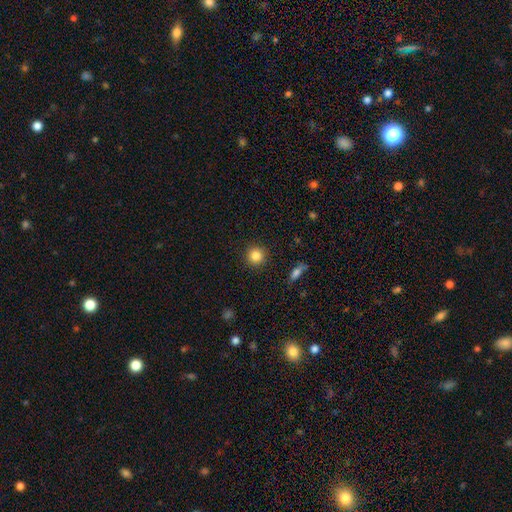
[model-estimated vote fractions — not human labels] Smooth or featured? Predicted: smooth (p=0.85). How rounded? Predicted: round (p=0.94). Merging? Predicted: none (p=0.91).